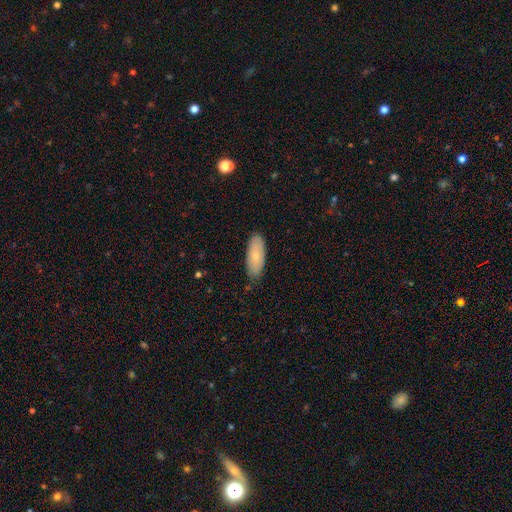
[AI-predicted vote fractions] smooth-or-featured: smooth: 71% | featured or disk: 23% | star or artifact: 6%
  how-rounded: in between: 77% | cigar-shaped: 21% | round: 2%
  merging: none: 81% | minor disturbance: 15% | major disturbance: 2% | merger: 1%